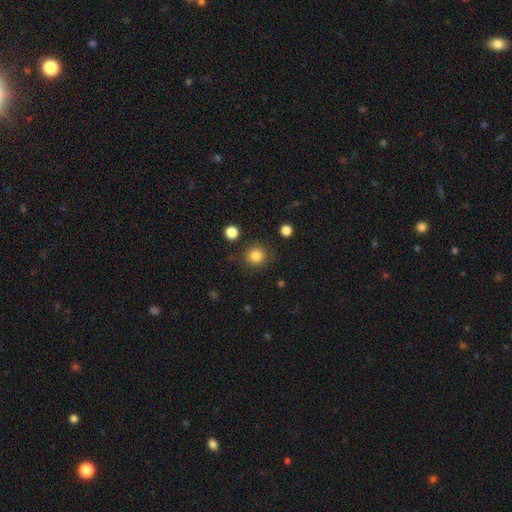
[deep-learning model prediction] smooth-or-featured: smooth: 84% | star or artifact: 12% | featured or disk: 4%
  how-rounded: round: 94% | in between: 6% | cigar-shaped: 1%
  merging: none: 88% | minor disturbance: 7% | major disturbance: 3% | merger: 2%